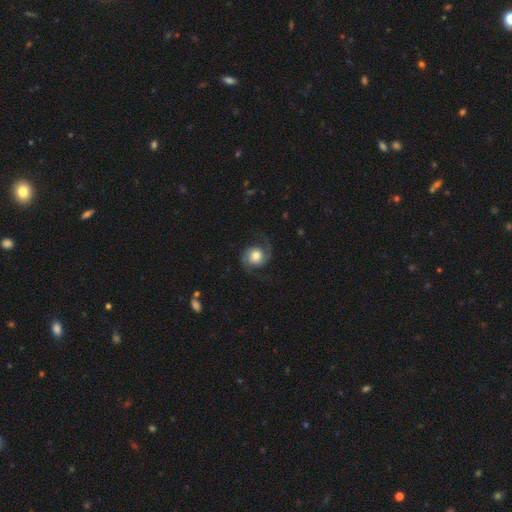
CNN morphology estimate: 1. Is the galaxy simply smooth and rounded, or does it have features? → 72% featured or disk, 20% smooth, 7% star or artifact.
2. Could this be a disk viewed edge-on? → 98% no, 2% yes.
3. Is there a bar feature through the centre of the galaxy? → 75% no, 21% weak, 4% strong.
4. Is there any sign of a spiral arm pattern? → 95% yes, 5% no.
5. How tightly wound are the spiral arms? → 44% medium, 37% loose, 20% tight.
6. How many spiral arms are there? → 88% 2, 7% 1, 2% can't tell, 1% 3, 1% 4, 1% more than 4.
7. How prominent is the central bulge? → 44% moderate, 35% large, 10% small, 8% dominant, 3% none.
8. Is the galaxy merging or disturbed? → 71% none, 16% minor disturbance, 12% major disturbance, 1% merger.